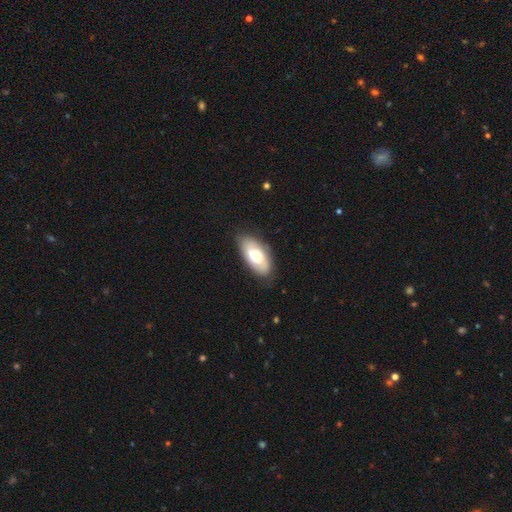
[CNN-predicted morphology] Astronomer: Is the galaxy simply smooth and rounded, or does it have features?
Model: smooth — 59% (runner-up: featured or disk, 35%).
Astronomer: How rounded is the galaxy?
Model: in between — 92%.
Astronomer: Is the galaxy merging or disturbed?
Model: none — 77%.